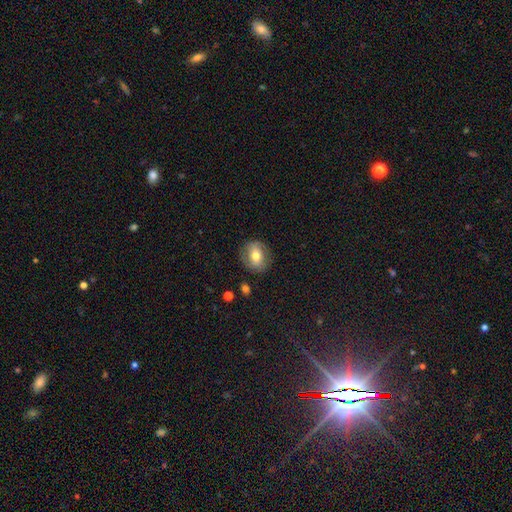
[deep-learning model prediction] smooth_or_featured: smooth (p=0.58) [alt: featured or disk p=0.34]
how_rounded: round (p=0.61) [alt: in between p=0.38]
merging: none (p=0.80) [alt: minor disturbance p=0.14]